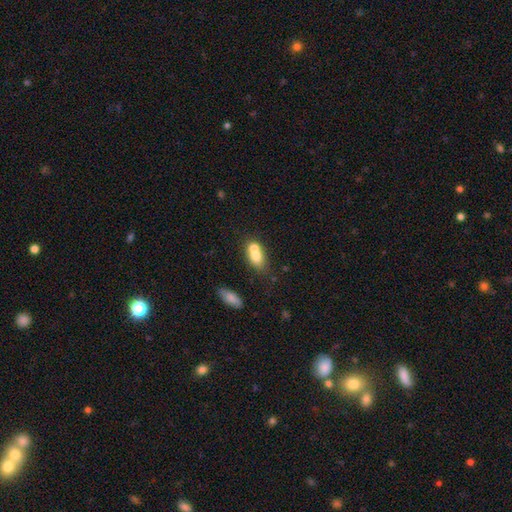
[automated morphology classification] smooth_or_featured: smooth (p=0.68) [alt: featured or disk p=0.22]
how_rounded: in between (p=0.68) [alt: round p=0.26]
merging: merger (p=0.59) [alt: none p=0.27]